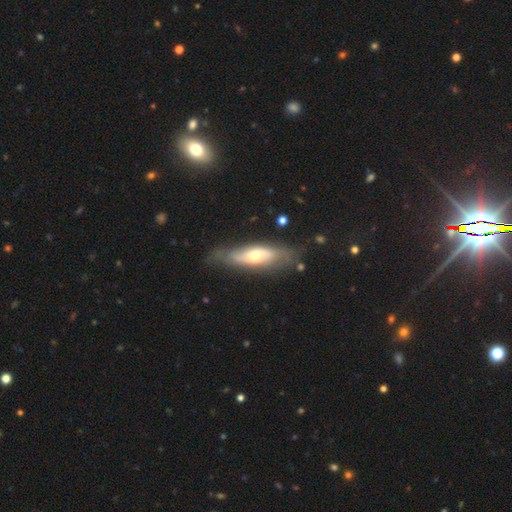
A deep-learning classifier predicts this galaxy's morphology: This is possibly a featured or disk galaxy (58%). It is likely not viewed edge-on (68%). Merging: likely none (66%).